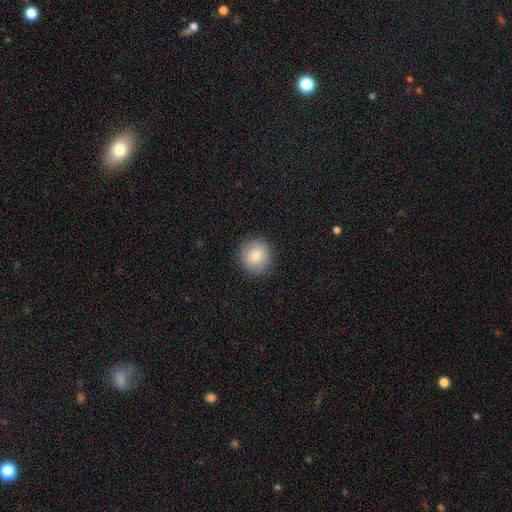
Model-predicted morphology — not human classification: This appears to be a smooth galaxy with no disk features (79%) that is round (92%). Merging: none (89%).